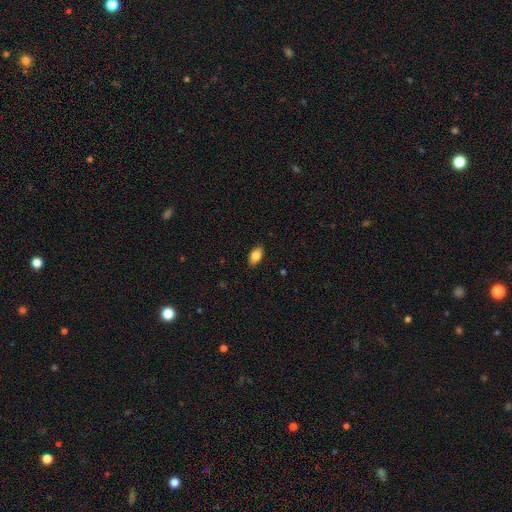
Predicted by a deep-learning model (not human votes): smooth 83%, featured or disk 9%, star or artifact 7%. Down the decision tree: how rounded — in between (91%); merging — none (89%).